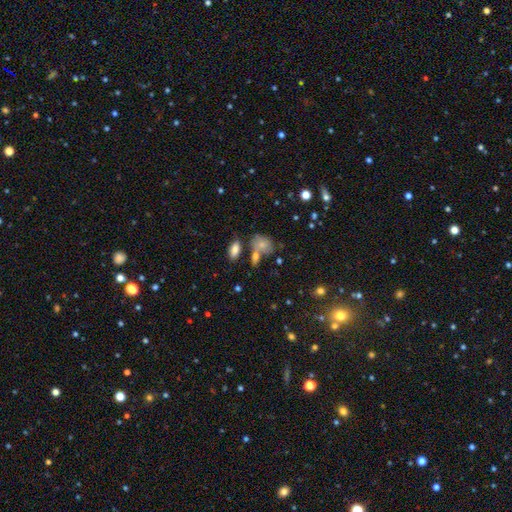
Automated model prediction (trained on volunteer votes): Overall: smooth (64%). How rounded: in between (68%). Merging: none (58%; merger 23%).